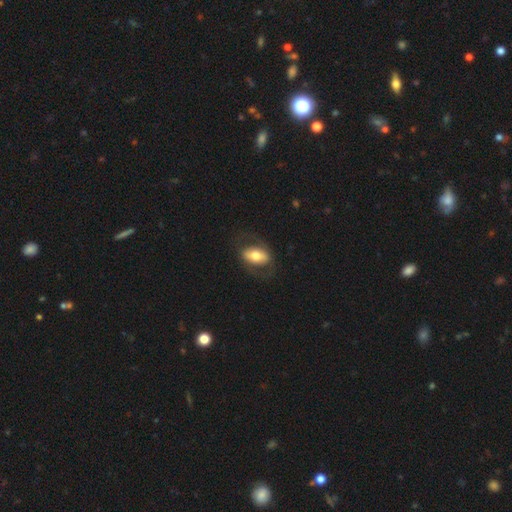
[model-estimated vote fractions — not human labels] smooth 55%, featured or disk 39%, star or artifact 6%. Down the decision tree: how rounded — in between (87%); merging — none (73%).